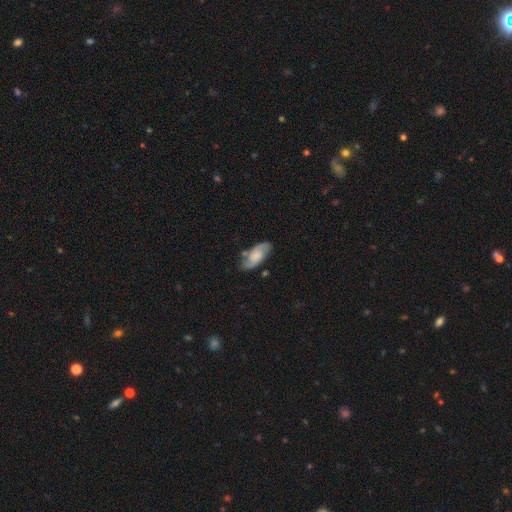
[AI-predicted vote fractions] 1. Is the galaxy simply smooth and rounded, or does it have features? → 64% featured or disk, 30% smooth, 7% star or artifact.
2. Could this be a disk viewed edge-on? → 93% no, 7% yes.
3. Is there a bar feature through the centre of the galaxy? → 61% no, 32% weak, 7% strong.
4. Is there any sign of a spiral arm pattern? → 92% yes, 8% no.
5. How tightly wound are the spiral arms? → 48% medium, 30% tight, 23% loose.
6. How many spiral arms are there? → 87% 2, 8% can't tell, 2% 1, 2% 3, 1% 4, 1% more than 4.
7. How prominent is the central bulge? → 31% small, 29% none, 25% moderate, 13% large, 2% dominant.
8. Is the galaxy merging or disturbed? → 76% none, 16% minor disturbance, 5% major disturbance, 3% merger.